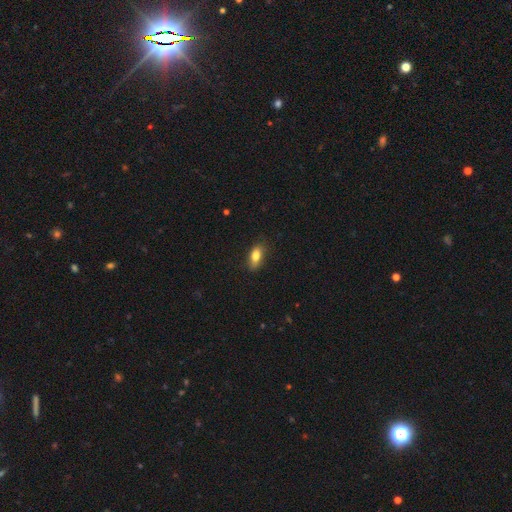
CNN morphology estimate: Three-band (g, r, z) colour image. It shows a smooth galaxy with no disk features (80%) that is in between round and cigar-shaped (83%). Merging: none (74%).